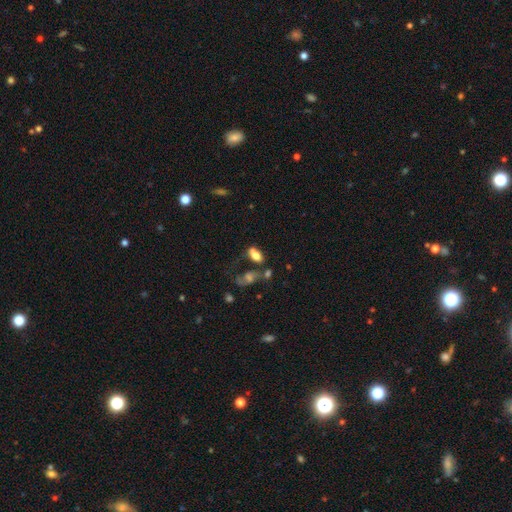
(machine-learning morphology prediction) Smooth or featured? Predicted: smooth (p=0.69). How rounded? Predicted: in between (p=0.86). Merging? Predicted: merger (p=0.38).